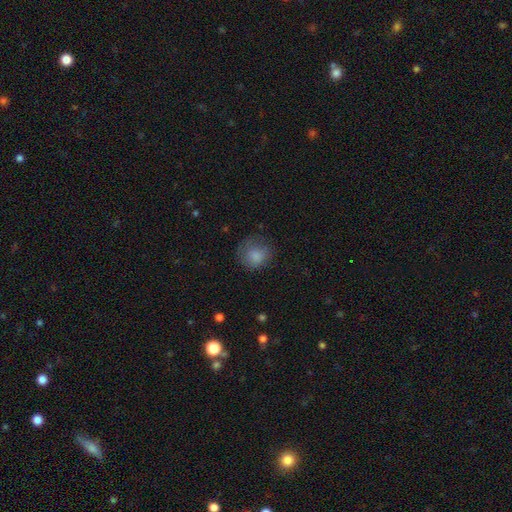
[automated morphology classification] This appears to be a smooth galaxy with no disk features (82%) that is round (82%). Merging: none (61%).